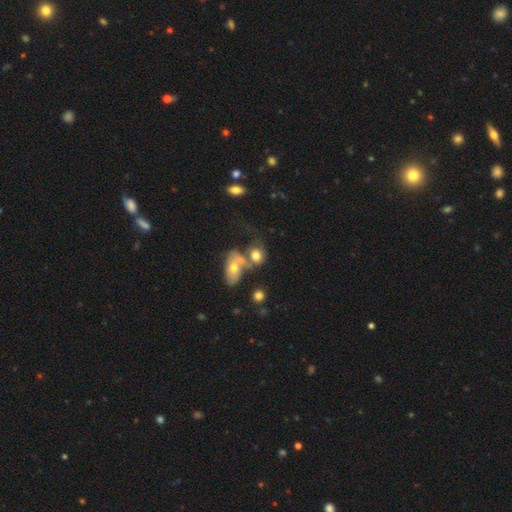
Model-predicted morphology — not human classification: Overall: smooth (68%). How rounded: in between (62%; round 36%). Merging: merger (55%; none 21%).